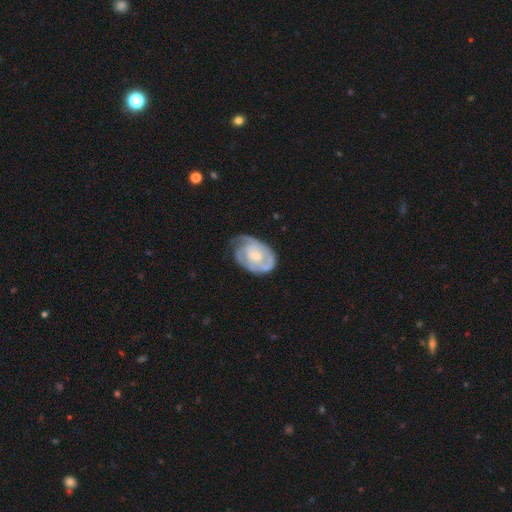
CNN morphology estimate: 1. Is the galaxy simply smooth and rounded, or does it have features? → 76% featured or disk, 19% smooth, 5% star or artifact.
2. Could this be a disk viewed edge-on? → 97% no, 3% yes.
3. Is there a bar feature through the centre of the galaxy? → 75% no, 21% weak, 4% strong.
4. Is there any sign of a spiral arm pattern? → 88% yes, 12% no.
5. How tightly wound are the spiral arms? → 63% tight, 28% medium, 9% loose.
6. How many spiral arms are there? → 32% can't tell (tied), 32% 2 (tied), 17% 1, 13% 3, 3% 4, 3% more than 4.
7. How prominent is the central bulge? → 44% small, 42% moderate, 6% large, 6% none, 1% dominant.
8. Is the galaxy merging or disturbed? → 52% none, 31% minor disturbance, 16% major disturbance, 2% merger.